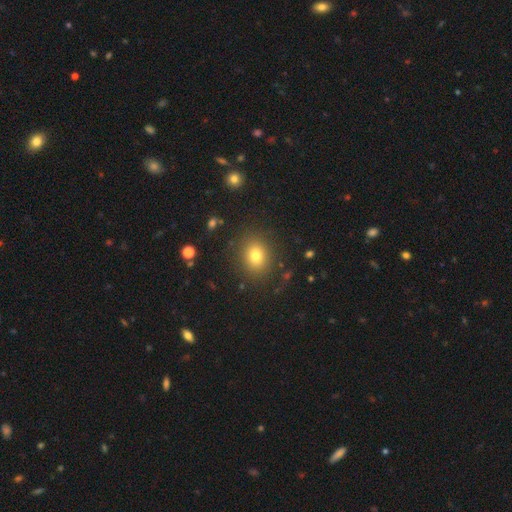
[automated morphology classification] smooth 76%, star or artifact 13%, featured or disk 10%. Down the decision tree: how rounded — round (63%); merging — none (86%).